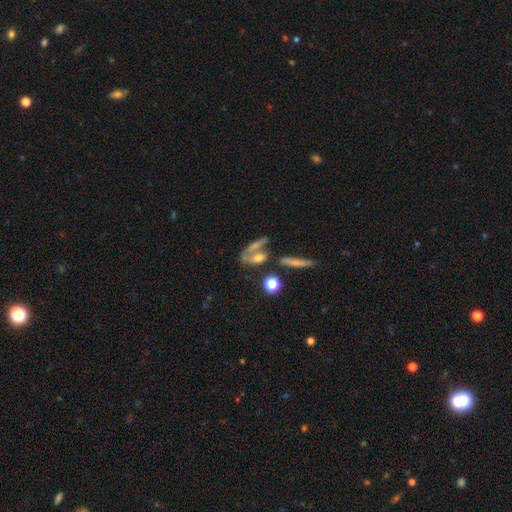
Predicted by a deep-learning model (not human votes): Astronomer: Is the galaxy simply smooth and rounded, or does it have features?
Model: smooth — 46% (runner-up: featured or disk, 41%).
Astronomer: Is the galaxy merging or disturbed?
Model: merger — 37% (runner-up: none, 31%).